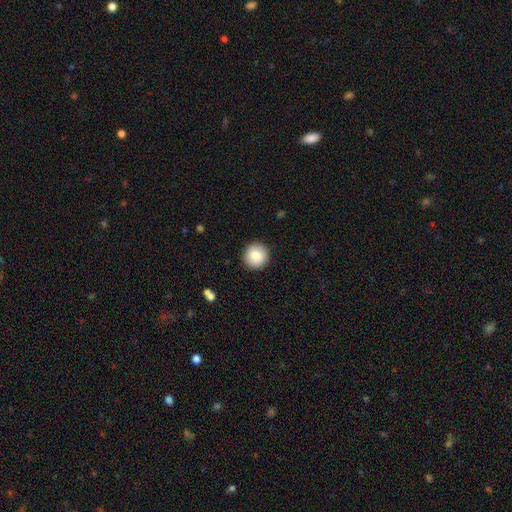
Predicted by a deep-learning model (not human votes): A smooth galaxy with no disk features (83%) that is round (95%). Merging: none (92%).